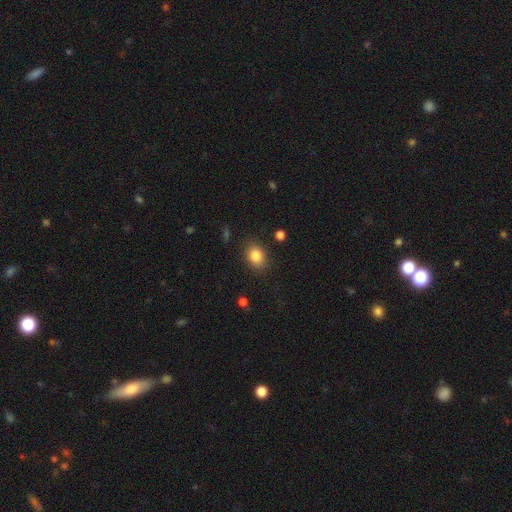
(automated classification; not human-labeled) Morphology: type=smooth (84%); roundness=in between (55%); merging=none (84%).